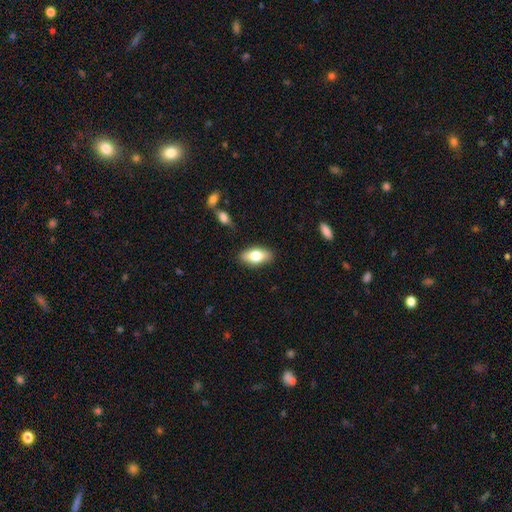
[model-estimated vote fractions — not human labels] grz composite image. It shows a smooth galaxy with no disk features (69%) that is in between round and cigar-shaped (84%). Merging: none (86%).